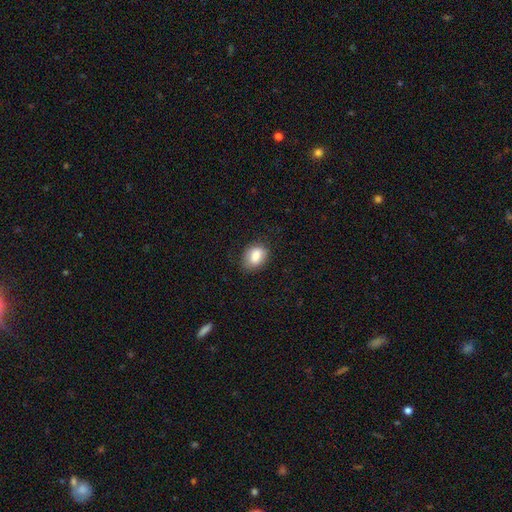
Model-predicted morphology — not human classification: This is clearly a smooth galaxy (84%). How rounded: likely in between (71%). Merging: likely none (77%).